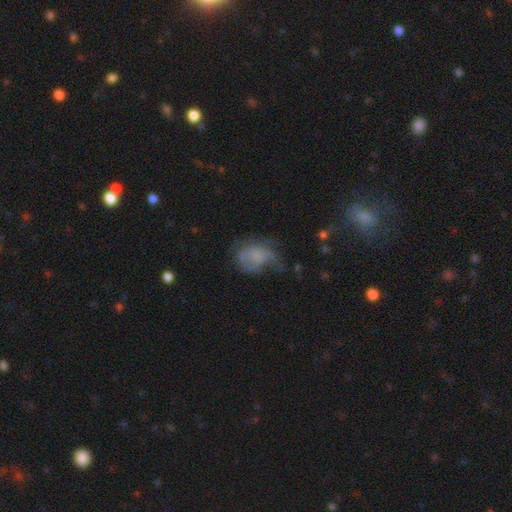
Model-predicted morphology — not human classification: Smooth or featured? Predicted: smooth (p=0.54). How rounded? Predicted: in between (p=0.67). Merging? Predicted: major disturbance (p=0.37).